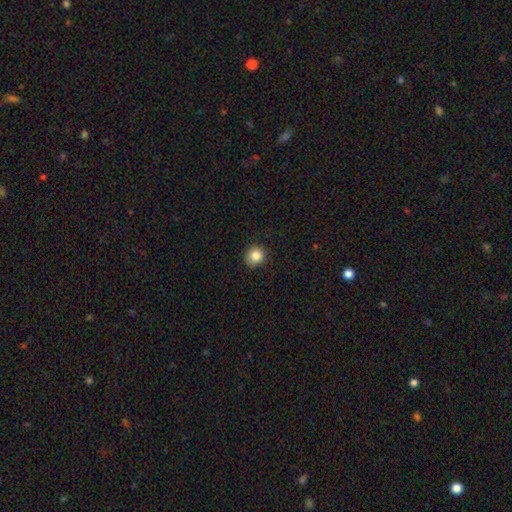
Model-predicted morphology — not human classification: This is clearly a smooth galaxy (85%). How rounded: clearly round (90%). Merging: clearly none (88%).